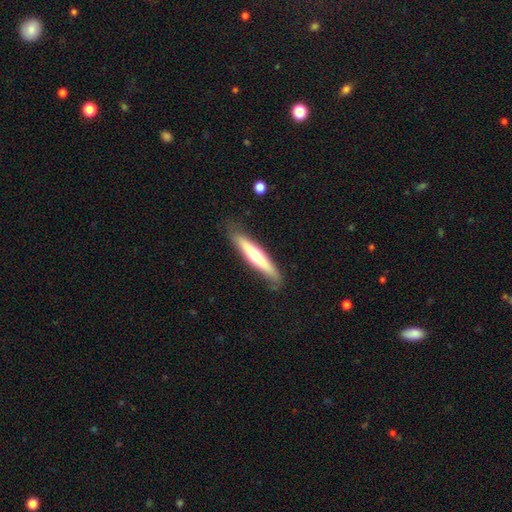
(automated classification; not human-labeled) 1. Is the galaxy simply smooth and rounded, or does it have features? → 56% smooth, 40% featured or disk, 5% star or artifact.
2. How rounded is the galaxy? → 91% cigar-shaped, 8% in between, 1% round.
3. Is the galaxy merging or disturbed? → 82% none, 14% minor disturbance, 3% major disturbance, 1% merger.